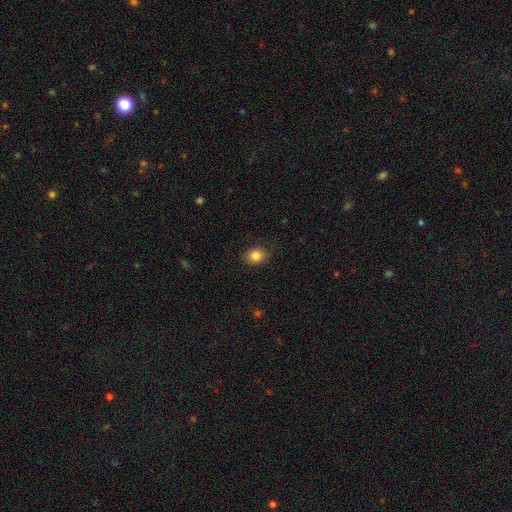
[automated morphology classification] Smooth or featured: smooth — 84% (star or artifact — 10%)
How rounded: round — 55% (in between — 44%)
Merging: none — 85% (minor disturbance — 12%)